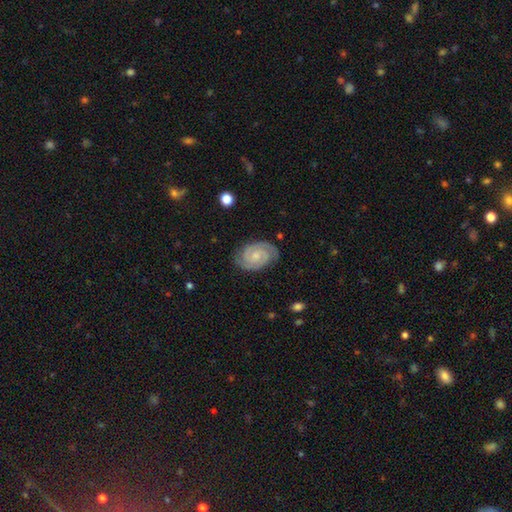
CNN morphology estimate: Overall: featured or disk (87%). Edge-on disk: no (98%). Bar: no (62%; weak 32%). Spiral arms: yes (98%). Spiral arm count: 2 (86%). Spiral winding: tight (71%). Bulge size: small (56%; moderate 29%). Merging: none (82%).